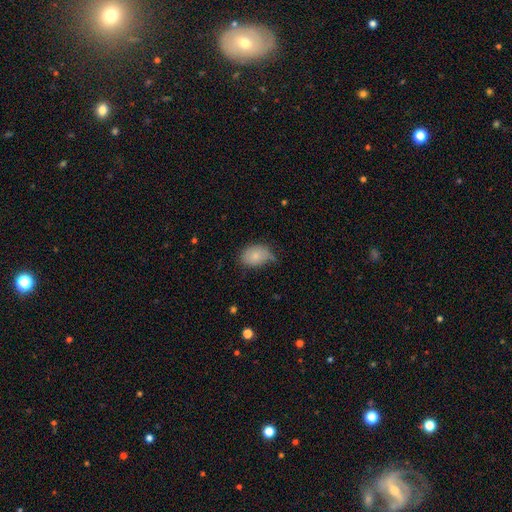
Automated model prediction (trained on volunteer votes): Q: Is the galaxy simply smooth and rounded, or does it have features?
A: smooth — 80%.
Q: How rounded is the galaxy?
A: in between — 81%.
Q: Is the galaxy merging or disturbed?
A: none — 48%.